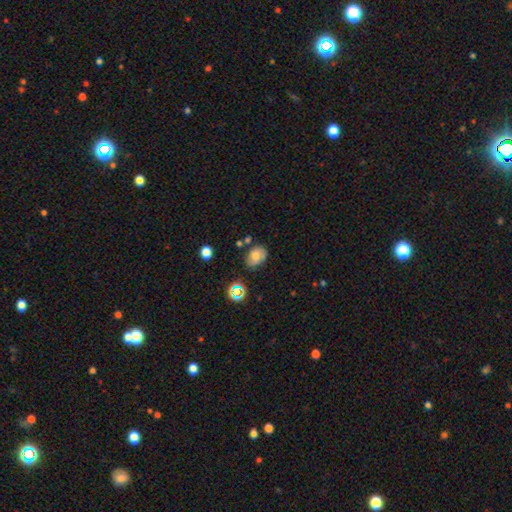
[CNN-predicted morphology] A smooth galaxy with no disk features (63%) that is in between round and cigar-shaped (70%). Merging: none (63%).